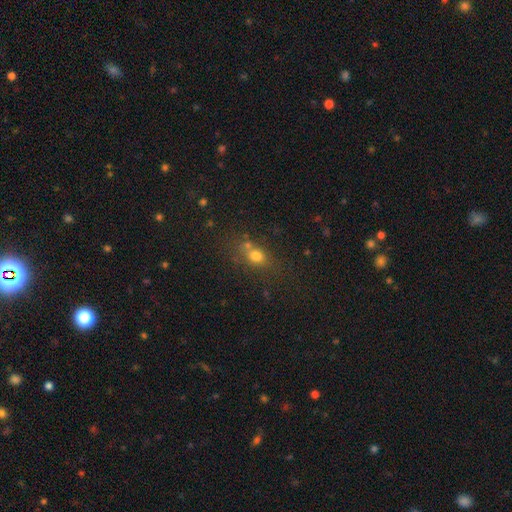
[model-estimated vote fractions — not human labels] Q: Smooth or featured?
A: smooth (69%); runner-up: star or artifact (18%)
Q: How rounded?
A: round (48%); runner-up: in between (47%)
Q: Merging?
A: none (58%); runner-up: merger (18%)